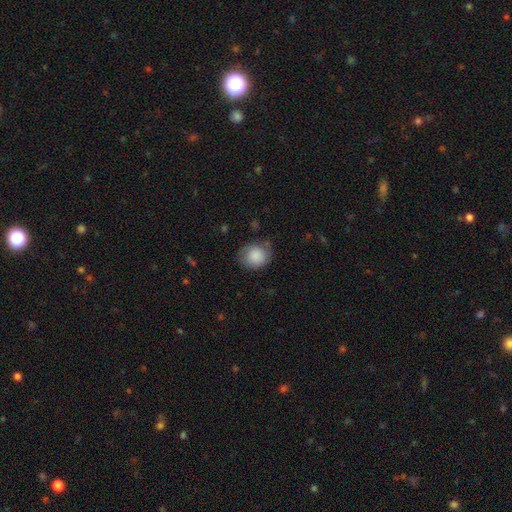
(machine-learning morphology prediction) A smooth galaxy with no disk features (85%) that is round (75%). Merging: none (70%).